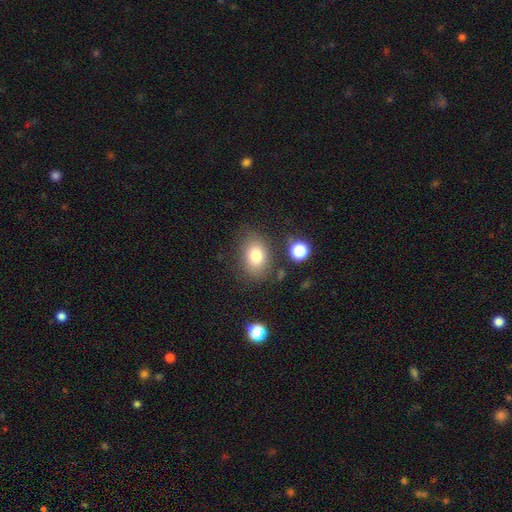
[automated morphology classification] Q: Smooth or featured?
A: smooth (79%); runner-up: featured or disk (11%)
Q: How rounded?
A: in between (74%); runner-up: round (24%)
Q: Merging?
A: none (77%); runner-up: minor disturbance (14%)